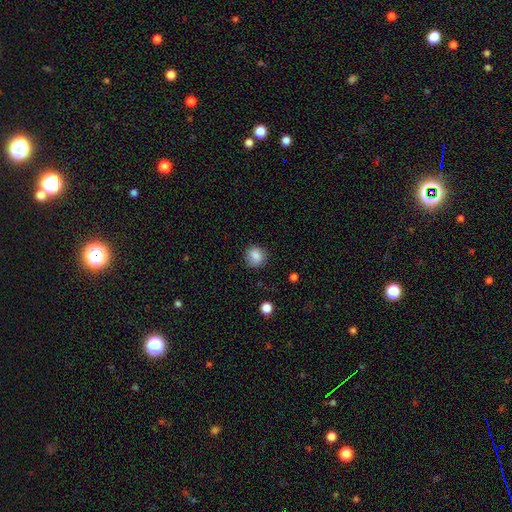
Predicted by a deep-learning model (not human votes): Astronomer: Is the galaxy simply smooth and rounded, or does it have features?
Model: smooth — 85%.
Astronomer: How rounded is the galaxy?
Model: round — 83%.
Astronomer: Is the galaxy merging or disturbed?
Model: none — 82%.